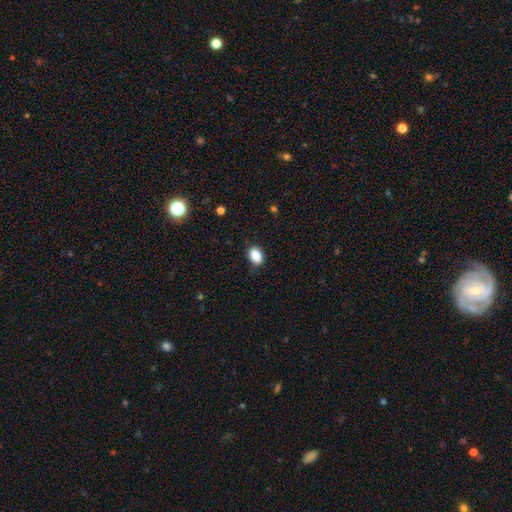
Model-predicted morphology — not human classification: smooth-or-featured: smooth: 88% | star or artifact: 8% | featured or disk: 4%
  how-rounded: in between: 82% | round: 16% | cigar-shaped: 1%
  merging: none: 82% | minor disturbance: 14% | major disturbance: 3% | merger: 1%